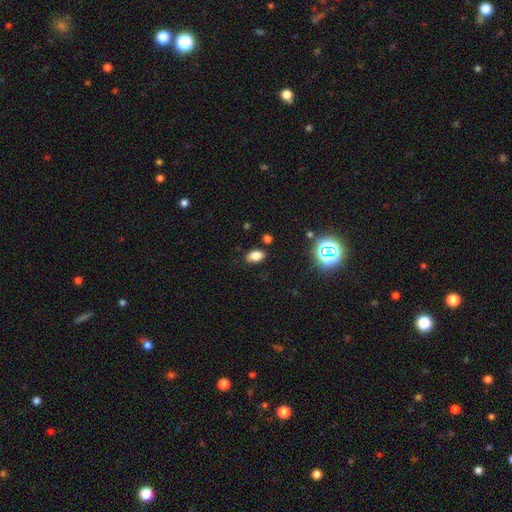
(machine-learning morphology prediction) Q: Smooth or featured?
A: smooth (77%); runner-up: star or artifact (15%)
Q: How rounded?
A: in between (89%); runner-up: round (9%)
Q: Merging?
A: none (85%); runner-up: minor disturbance (11%)